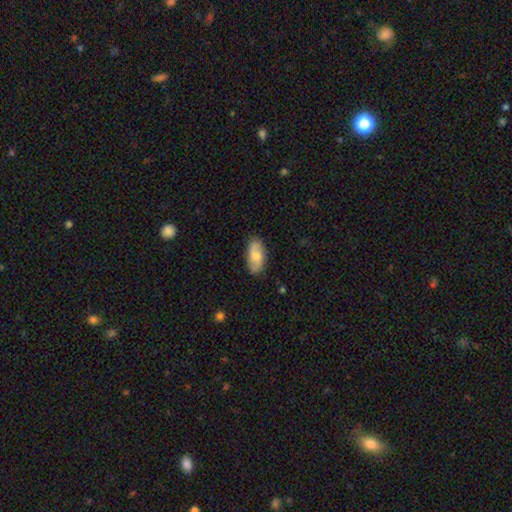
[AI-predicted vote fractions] smooth 58%, featured or disk 36%, star or artifact 6%. Down the decision tree: how rounded — in between (91%); merging — none (82%).